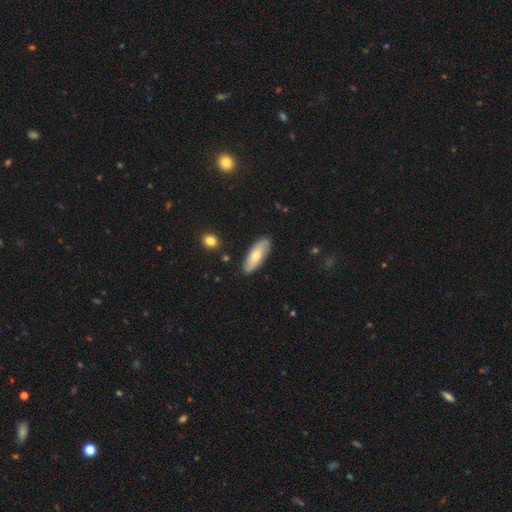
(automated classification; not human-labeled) Smooth or featured?
  - smooth: 62% *
  - featured or disk: 32%
  - star or artifact: 6%
How rounded?
  - in between: 69% *
  - cigar-shaped: 29%
  - round: 2%
Merging?
  - none: 86% *
  - minor disturbance: 10%
  - major disturbance: 2%
  - merger: 2%